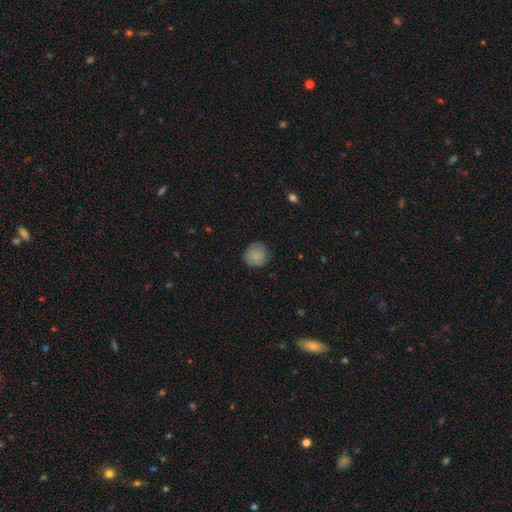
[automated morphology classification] This appears to be a smooth galaxy with no disk features (84%) that is round (90%). Merging: none (82%).